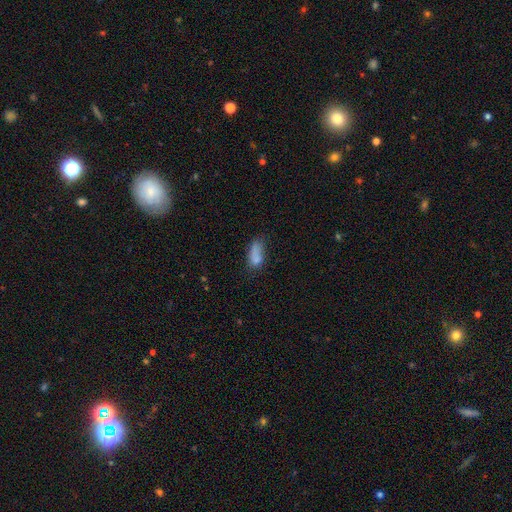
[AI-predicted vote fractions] A smooth galaxy with no disk features (76%) that is in between round and cigar-shaped (84%).

Vote fractions:
- Smooth or featured? smooth: 76% / featured or disk: 12% / star or artifact: 11%
- How rounded? in between: 84% / cigar-shaped: 12% / round: 4%
- Merging? none: 39% / minor disturbance: 31% / major disturbance: 21% / merger: 10%